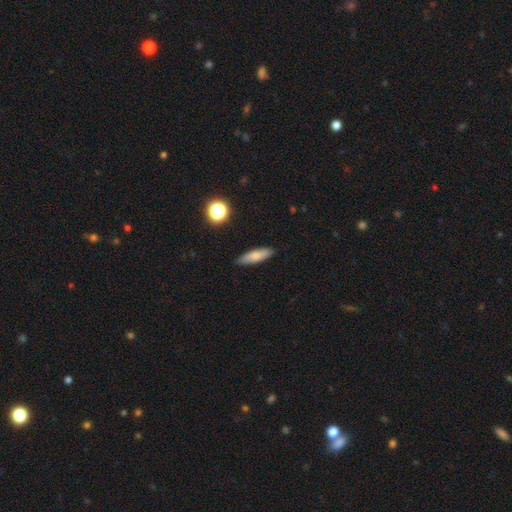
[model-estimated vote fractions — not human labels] Smooth or featured: smooth — 74% (featured or disk — 18%)
How rounded: cigar-shaped — 61% (in between — 36%)
Merging: none — 86% (minor disturbance — 11%)